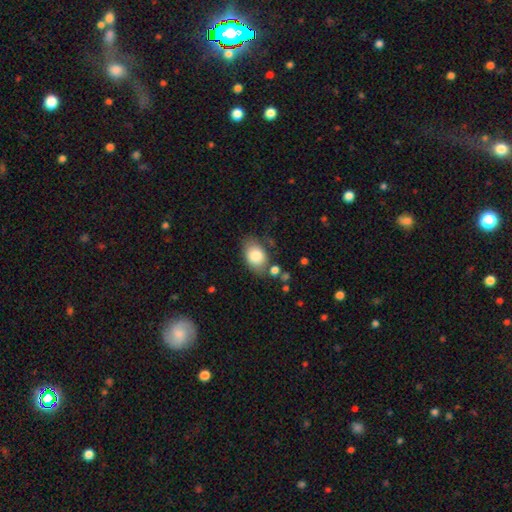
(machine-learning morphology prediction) Q: Smooth or featured?
A: smooth (82%); runner-up: featured or disk (11%)
Q: How rounded?
A: in between (84%); runner-up: round (15%)
Q: Merging?
A: none (68%); runner-up: minor disturbance (19%)